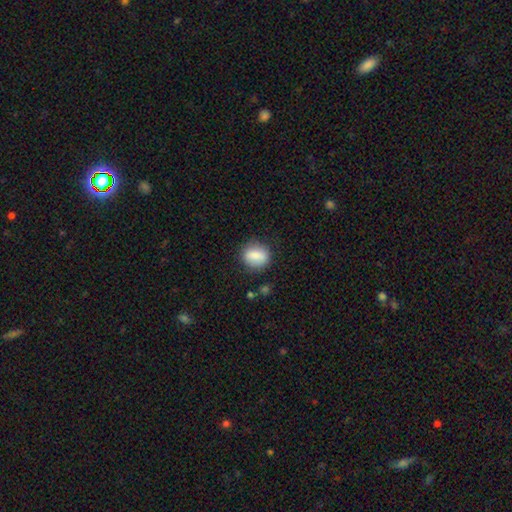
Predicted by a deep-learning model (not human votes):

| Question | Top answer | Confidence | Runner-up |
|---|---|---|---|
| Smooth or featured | smooth | 83% | featured or disk (9%) |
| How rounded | round | 53% | in between (45%) |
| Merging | none | 82% | minor disturbance (13%) |